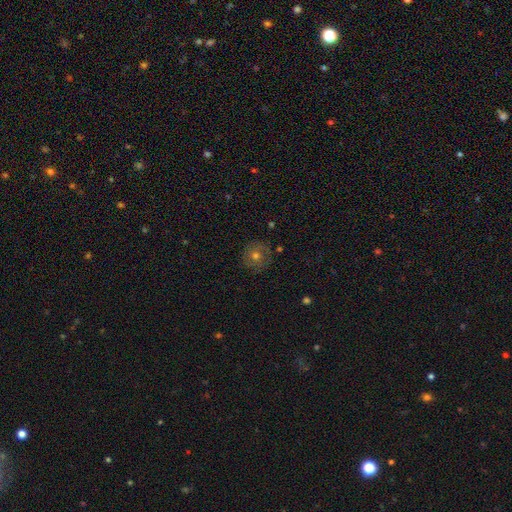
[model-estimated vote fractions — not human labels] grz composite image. It shows a smooth galaxy with no disk features (45%). Merging: none (84%).